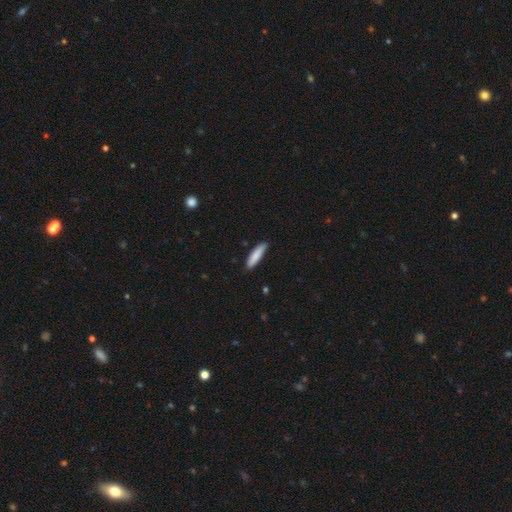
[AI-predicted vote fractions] Smooth or featured? Predicted: smooth (p=0.85). How rounded? Predicted: cigar-shaped (p=0.74). Merging? Predicted: none (p=0.86).